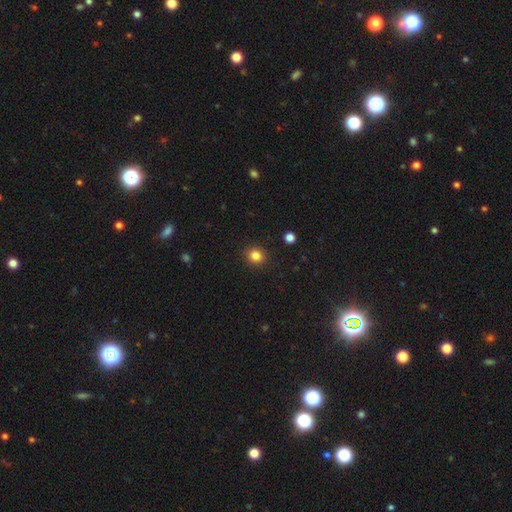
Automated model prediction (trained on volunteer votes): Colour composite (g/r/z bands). It shows a smooth galaxy with no disk features (83%) that is round (84%). Merging: none (91%).